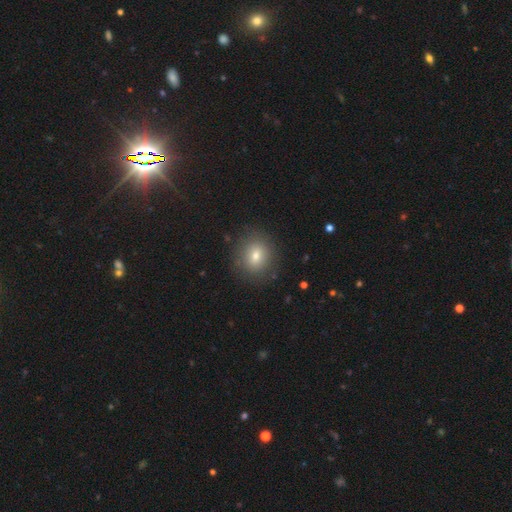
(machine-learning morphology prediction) Q: Smooth or featured?
A: smooth (74%); runner-up: featured or disk (14%)
Q: How rounded?
A: round (75%); runner-up: in between (24%)
Q: Merging?
A: none (86%); runner-up: minor disturbance (9%)